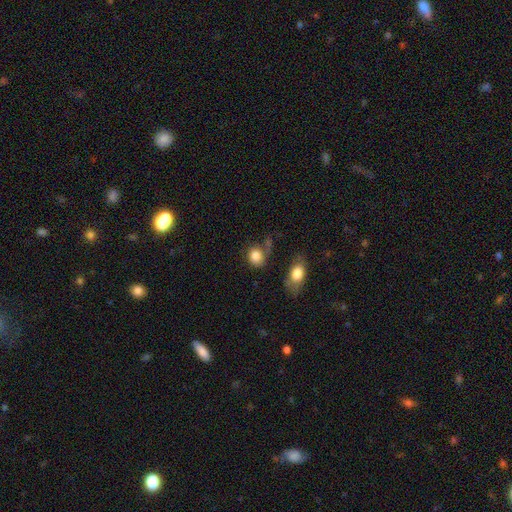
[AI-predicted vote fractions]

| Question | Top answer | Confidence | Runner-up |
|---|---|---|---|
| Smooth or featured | smooth | 84% | star or artifact (9%) |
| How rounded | round | 70% | in between (29%) |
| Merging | none | 57% | minor disturbance (20%) |